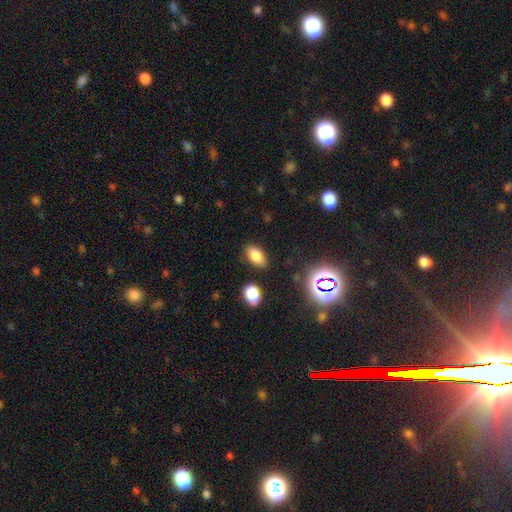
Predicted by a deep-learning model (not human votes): This is likely a smooth galaxy (79%). How rounded: clearly in between (90%). Merging: clearly none (84%).